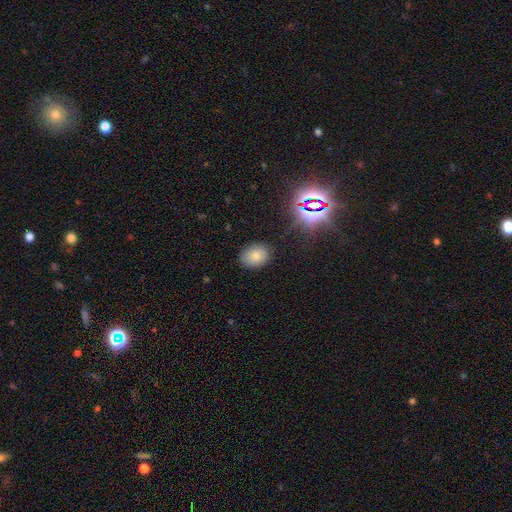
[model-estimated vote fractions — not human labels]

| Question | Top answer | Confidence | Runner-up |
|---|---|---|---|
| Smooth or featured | smooth | 62% | star or artifact (28%) |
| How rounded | in between | 58% | round (41%) |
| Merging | none | 85% | minor disturbance (11%) |